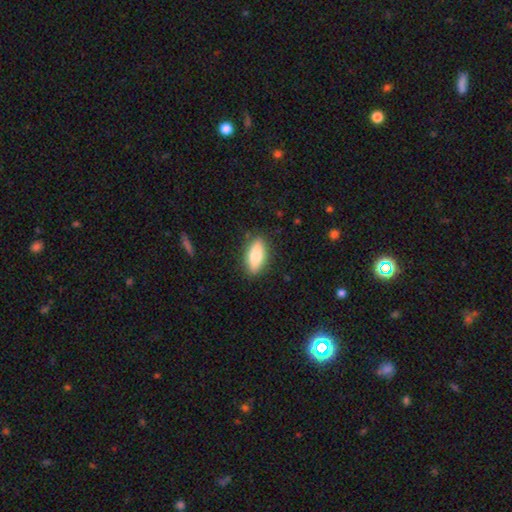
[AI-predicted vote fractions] Q: Smooth or featured?
A: smooth (78%); runner-up: featured or disk (16%)
Q: How rounded?
A: in between (77%); runner-up: cigar-shaped (20%)
Q: Merging?
A: none (86%); runner-up: minor disturbance (10%)